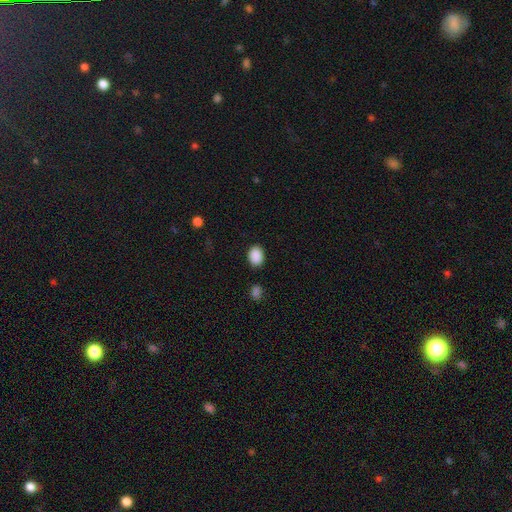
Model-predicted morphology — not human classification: A smooth galaxy with no disk features (89%) that is in between round and cigar-shaped (72%). Merging: none (86%).